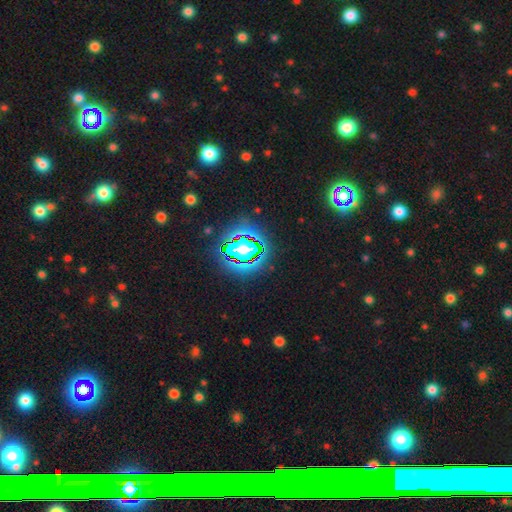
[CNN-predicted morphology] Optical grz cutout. It shows a star or artifact, not a galaxy (74%).